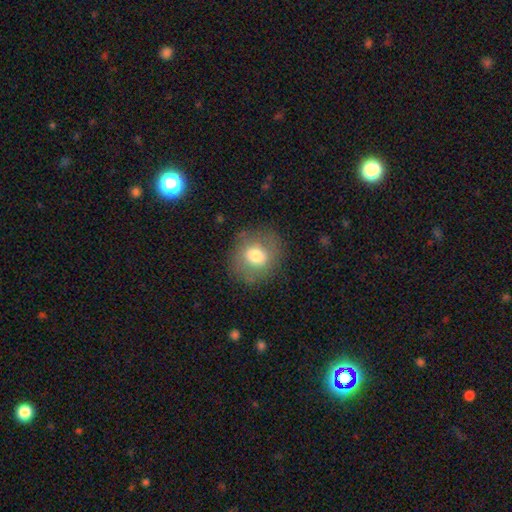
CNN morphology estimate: The model was most divided on "smooth or featured": smooth: 70%, featured or disk: 21%, star or artifact: 9%. More confident: merging — none (80%); how rounded — round (78%).